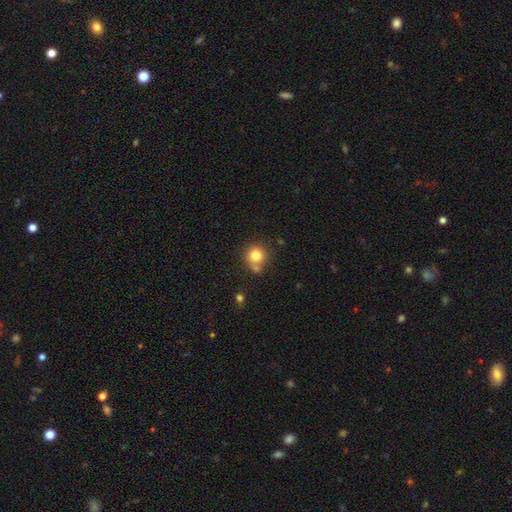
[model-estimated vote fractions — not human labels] Smooth or featured?
  - smooth: 80% *
  - star or artifact: 11%
  - featured or disk: 9%
How rounded?
  - round: 90% *
  - in between: 10%
  - cigar-shaped: 1%
Merging?
  - none: 62% *
  - merger: 19%
  - minor disturbance: 15%
  - major disturbance: 5%